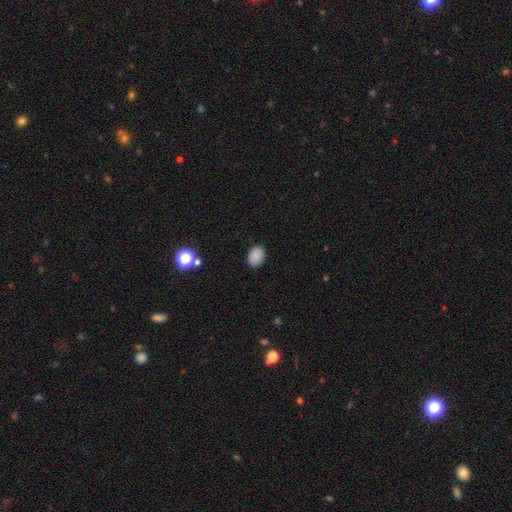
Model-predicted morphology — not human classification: Smooth or featured? Predicted: smooth (p=0.86). How rounded? Predicted: in between (p=0.68). Merging? Predicted: none (p=0.87).